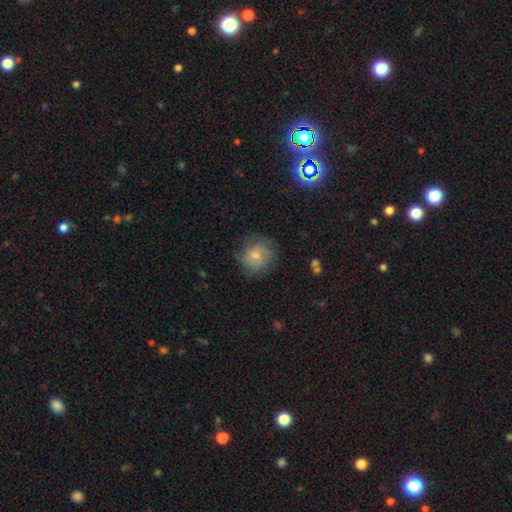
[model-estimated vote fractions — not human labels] A smooth galaxy with no disk features (64%) that is round (87%). Merging: none (71%).